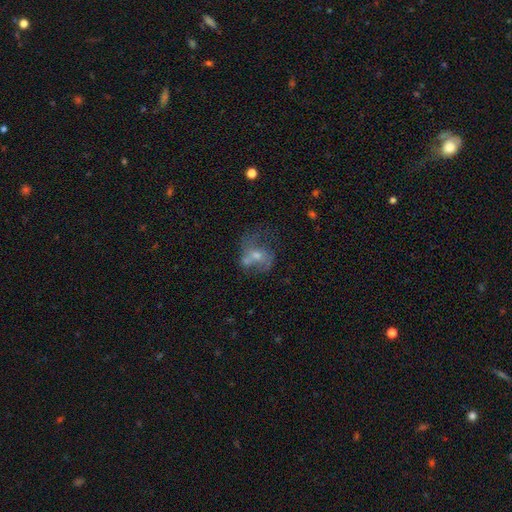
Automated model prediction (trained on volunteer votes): The model was most divided on "merging": none: 37%, merger: 24%, major disturbance: 21%, minor disturbance: 18%. More confident: edge-on disk — no (97%); bar — no (66%); spiral arms — yes (63%); smooth or featured — featured or disk (59%); bulge size — moderate (51%).